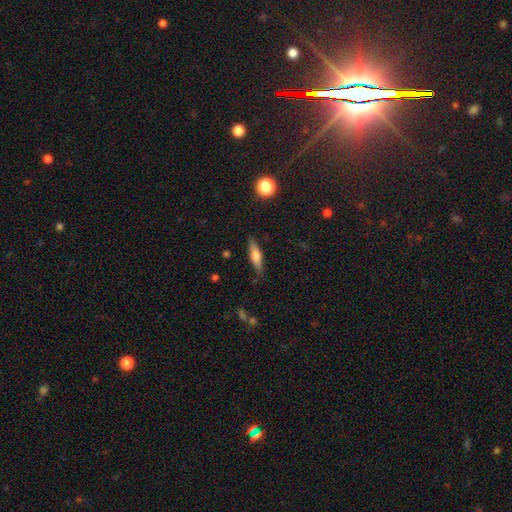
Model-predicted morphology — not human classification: This is possibly a smooth galaxy (56%). How rounded: likely cigar-shaped (65%). Merging: clearly none (84%).